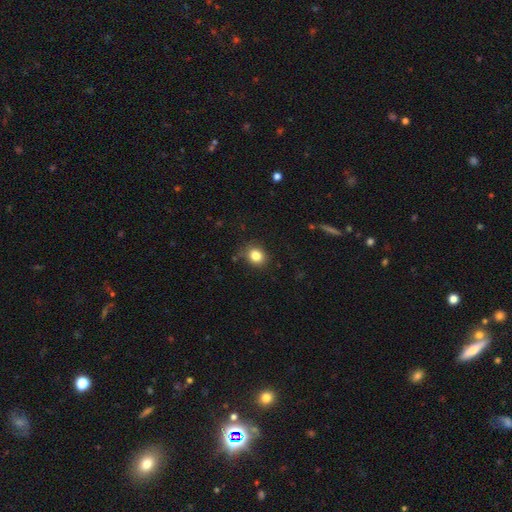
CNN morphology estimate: A smooth galaxy with no disk features (83%) that is round (68%).

Vote fractions:
- Smooth or featured? smooth: 83% / star or artifact: 11% / featured or disk: 6%
- How rounded? round: 68% / in between: 31% / cigar-shaped: 1%
- Merging? none: 82% / minor disturbance: 13% / major disturbance: 3% / merger: 2%